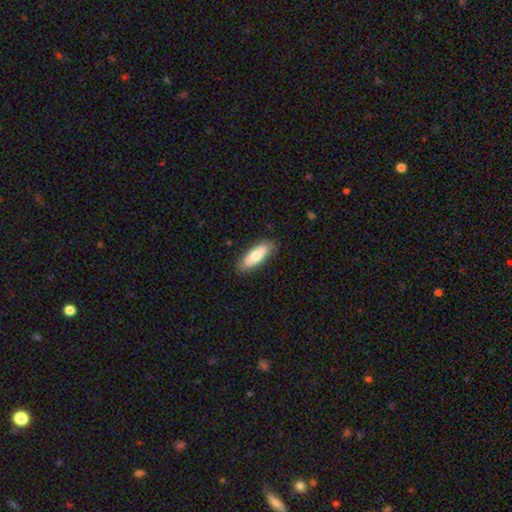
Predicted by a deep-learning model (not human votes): smooth_or_featured: smooth (p=0.72) [alt: featured or disk p=0.23]
how_rounded: in between (p=0.69) [alt: cigar-shaped p=0.29]
merging: none (p=0.83) [alt: minor disturbance p=0.13]